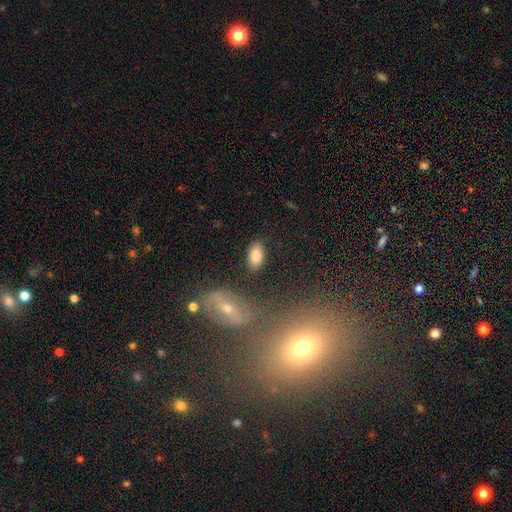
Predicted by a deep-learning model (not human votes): Q: Smooth or featured?
A: smooth (83%); runner-up: featured or disk (9%)
Q: How rounded?
A: in between (92%); runner-up: round (5%)
Q: Merging?
A: none (83%); runner-up: minor disturbance (11%)